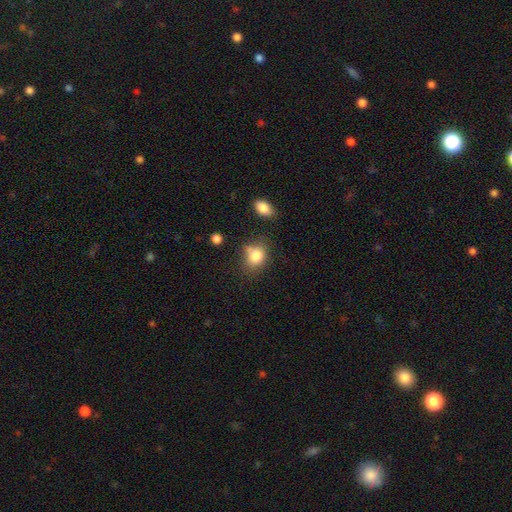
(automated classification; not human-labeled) This appears to be a smooth galaxy with no disk features (81%) that is round (50%). Merging: none (56%).